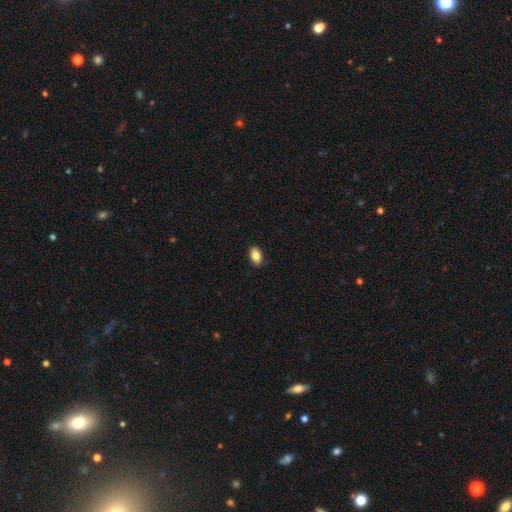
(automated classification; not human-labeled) This appears to be a smooth galaxy with no disk features (84%) that is in between round and cigar-shaped (89%). Merging: none (89%).